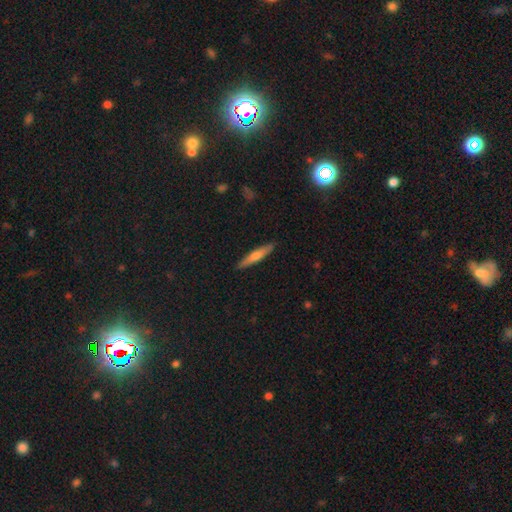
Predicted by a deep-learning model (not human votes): This appears to be a smooth galaxy with no disk features (48%). Merging: none (90%).